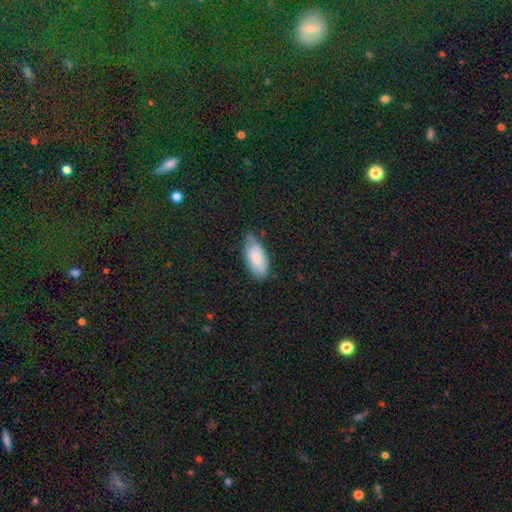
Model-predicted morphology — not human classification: A smooth galaxy with no disk features (78%) that is in between round and cigar-shaped (91%).

Vote fractions:
- Smooth or featured? smooth: 78% / featured or disk: 15% / star or artifact: 7%
- How rounded? in between: 91% / cigar-shaped: 7% / round: 2%
- Merging? none: 61% / minor disturbance: 32% / major disturbance: 6% / merger: 2%